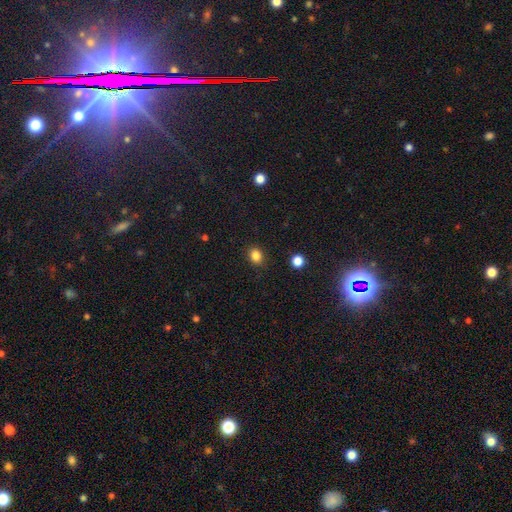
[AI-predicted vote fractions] Smooth or featured? smooth (85%)
How rounded? round (57%)
Merging? none (88%)